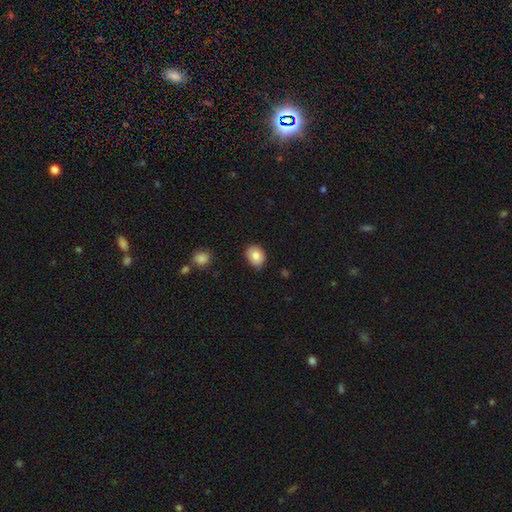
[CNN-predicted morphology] A smooth galaxy with no disk features (83%) that is in between round and cigar-shaped (55%).

Vote fractions:
- Smooth or featured? smooth: 83% / featured or disk: 9% / star or artifact: 8%
- How rounded? in between: 55% / round: 44% / cigar-shaped: 1%
- Merging? none: 80% / minor disturbance: 16% / major disturbance: 2% / merger: 1%